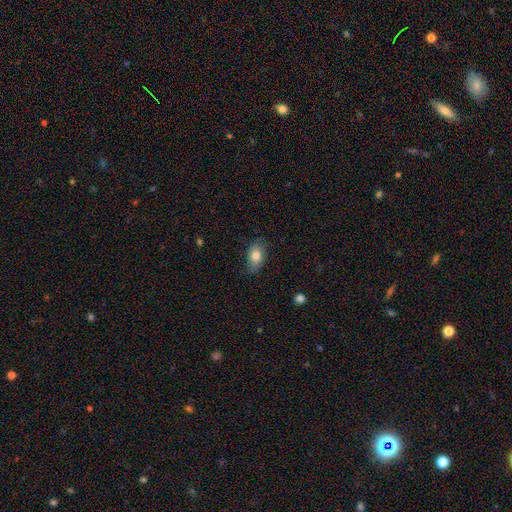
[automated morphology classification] Overall: smooth (80%). How rounded: in between (88%). Merging: none (78%).